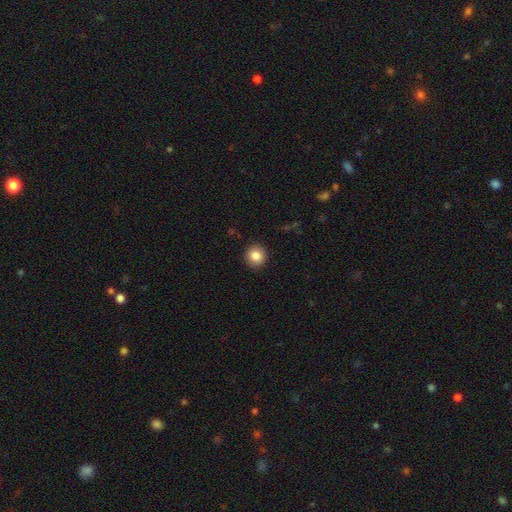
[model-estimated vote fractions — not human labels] This is clearly a smooth galaxy (86%). How rounded: clearly round (91%). Merging: clearly none (92%).